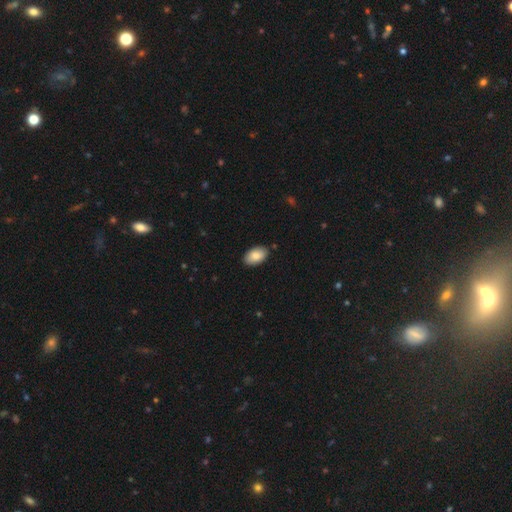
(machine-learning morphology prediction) Smooth or featured? Predicted: smooth (p=0.85). How rounded? Predicted: in between (p=0.94). Merging? Predicted: none (p=0.89).